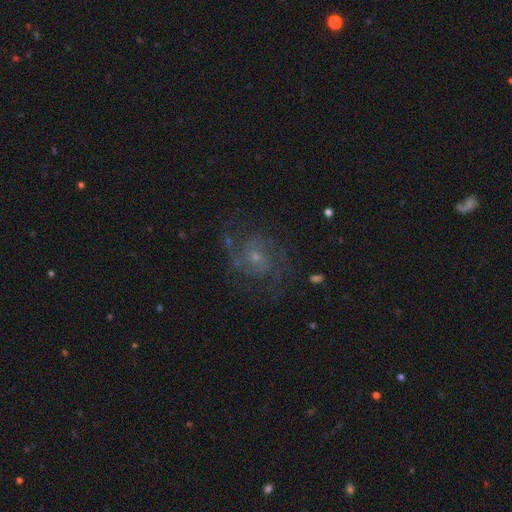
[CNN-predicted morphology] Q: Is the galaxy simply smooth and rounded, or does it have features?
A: featured or disk — 81%.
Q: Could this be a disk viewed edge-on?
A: no — 98%.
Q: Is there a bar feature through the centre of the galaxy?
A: no — 67%.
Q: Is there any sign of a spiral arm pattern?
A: yes — 96%.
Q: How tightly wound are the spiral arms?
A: medium — 54%.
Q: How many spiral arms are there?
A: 2 — 72%.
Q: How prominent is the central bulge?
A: small — 66%.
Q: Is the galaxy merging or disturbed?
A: none — 74%.